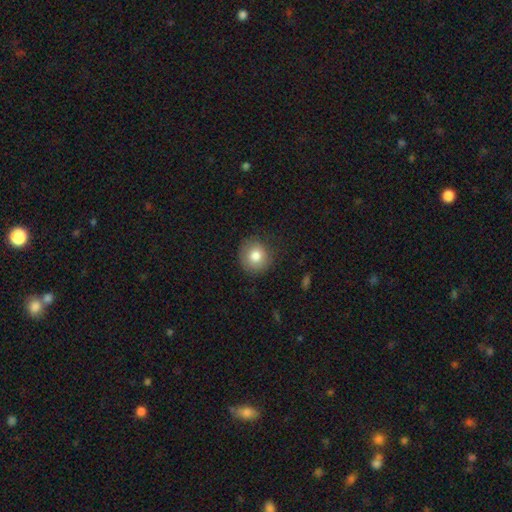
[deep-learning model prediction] Smooth or featured? smooth (80%)
How rounded? round (91%)
Merging? none (83%)